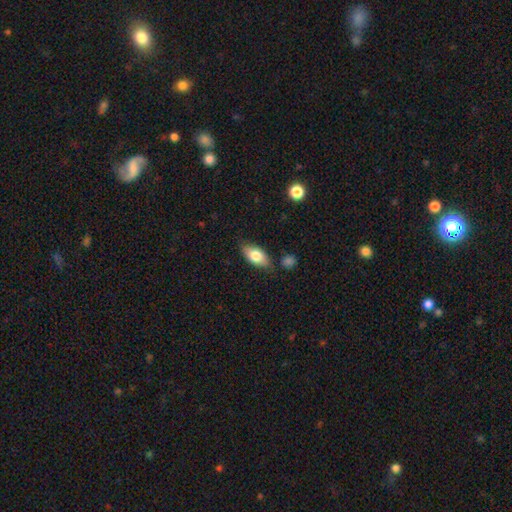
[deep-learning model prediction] This is likely a smooth galaxy (78%). How rounded: clearly in between (89%). Merging: likely none (78%).